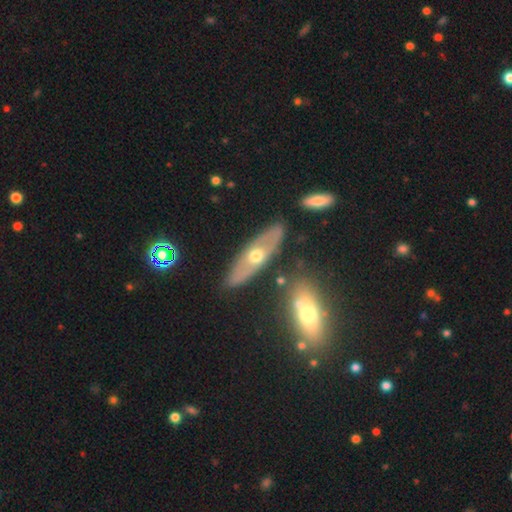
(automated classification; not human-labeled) smooth-or-featured: featured or disk: 62% | smooth: 32% | star or artifact: 6%
  disk-edge-on: no: 55% | yes: 45%
  merging: none: 82% | minor disturbance: 12% | merger: 3% | major disturbance: 3%